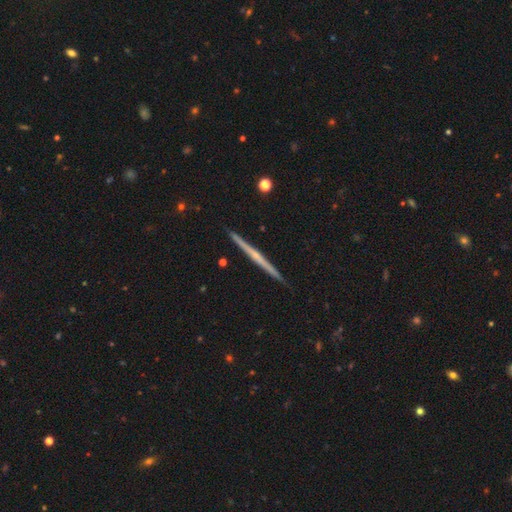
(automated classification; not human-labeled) Smooth or featured?
  - featured or disk: 69% *
  - smooth: 26%
  - star or artifact: 5%
Edge-on disk?
  - yes: 98% *
  - no: 2%
Edge-on bulge?
  - none: 63% *
  - rounded: 31%
  - boxy: 6%
Merging?
  - none: 92% *
  - minor disturbance: 5%
  - merger: 1%
  - major disturbance: 1%